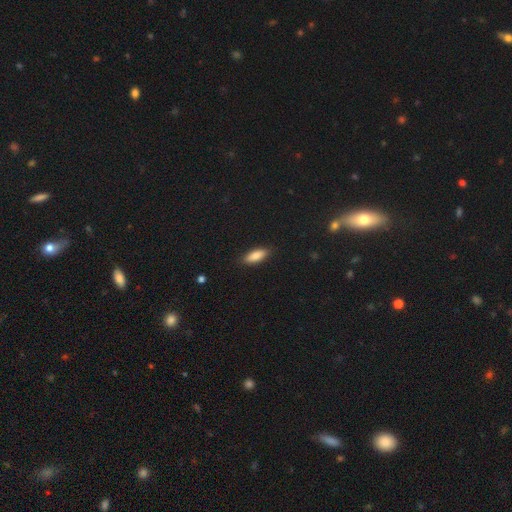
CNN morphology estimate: smooth-or-featured: smooth: 85% | featured or disk: 8% | star or artifact: 7%
  how-rounded: in between: 73% | cigar-shaped: 25% | round: 2%
  merging: none: 87% | minor disturbance: 10% | major disturbance: 2% | merger: 1%